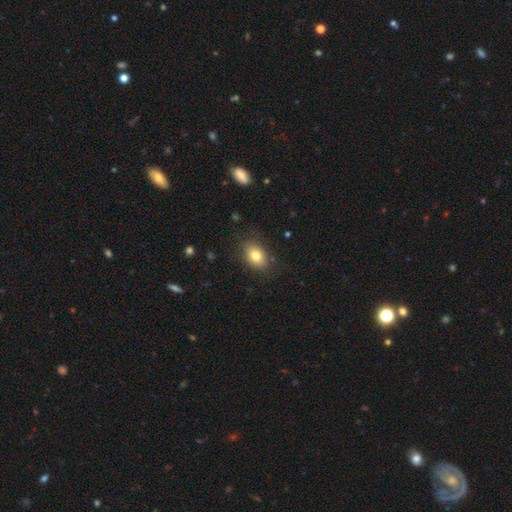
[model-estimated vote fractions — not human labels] Smooth or featured: smooth — 81% (featured or disk — 10%)
How rounded: in between — 73% (round — 26%)
Merging: none — 82% (minor disturbance — 14%)